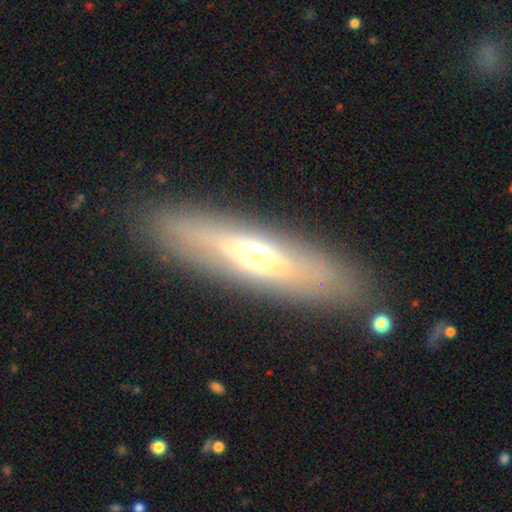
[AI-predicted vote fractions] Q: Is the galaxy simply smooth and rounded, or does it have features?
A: featured or disk — 49%.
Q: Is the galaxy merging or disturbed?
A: none — 85%.